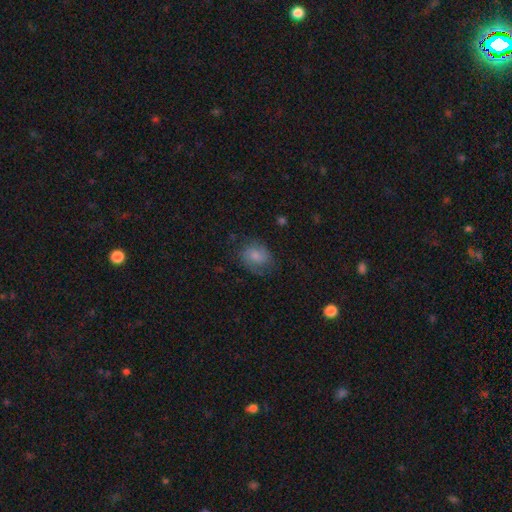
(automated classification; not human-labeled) This is likely a smooth galaxy (66%). How rounded: possibly in between (53%). Merging: likely none (65%).